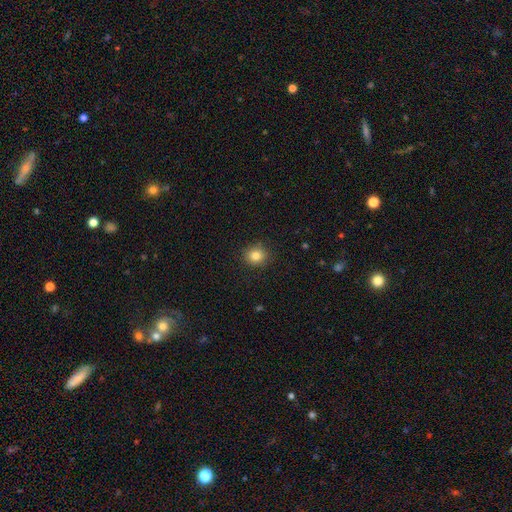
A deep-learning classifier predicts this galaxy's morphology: smooth 82%, star or artifact 12%, featured or disk 6%. Down the decision tree: how rounded — round (88%); merging — none (89%).